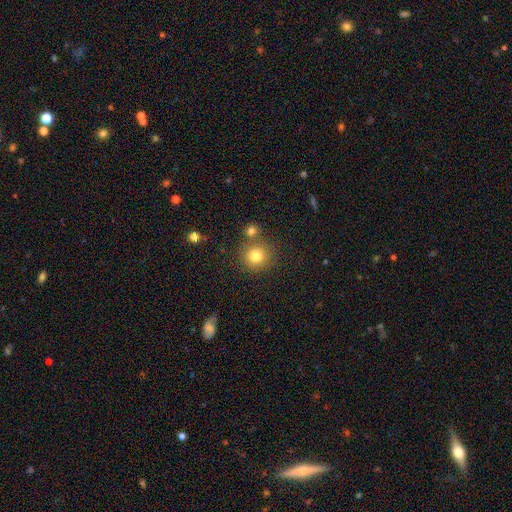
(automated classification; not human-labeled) A smooth galaxy with no disk features (81%) that is round (89%).

Vote fractions:
- Smooth or featured? smooth: 81% / star or artifact: 12% / featured or disk: 8%
- How rounded? round: 89% / in between: 10% / cigar-shaped: 1%
- Merging? none: 73% / merger: 14% / minor disturbance: 9% / major disturbance: 3%